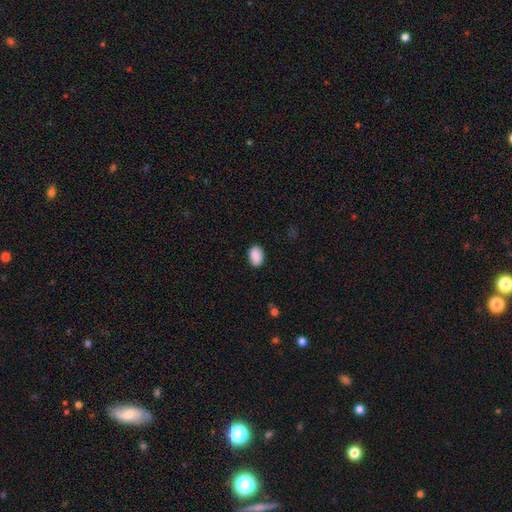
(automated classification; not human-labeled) A smooth galaxy with no disk features (90%) that is in between round and cigar-shaped (87%). Merging: none (87%).